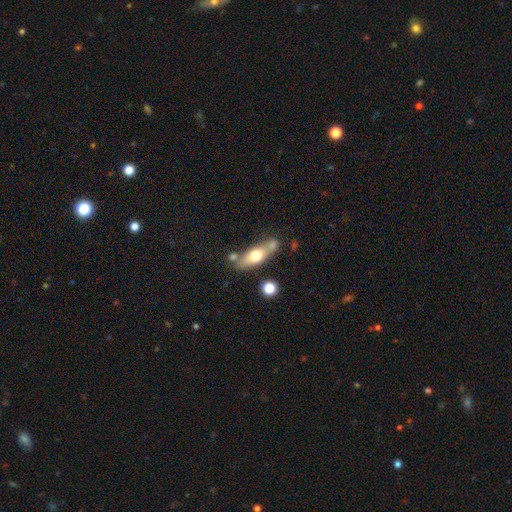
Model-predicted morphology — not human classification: This is possibly a smooth galaxy (58%). How rounded: possibly in between (59%). Merging: possibly none (57%).